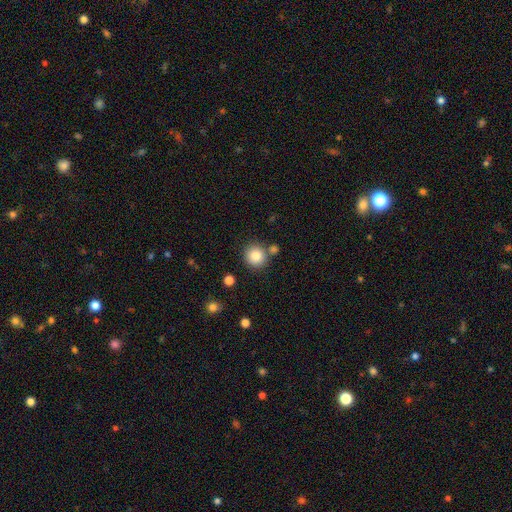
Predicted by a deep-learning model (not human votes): This appears to be a smooth galaxy with no disk features (83%) that is round (92%). Merging: none (78%).